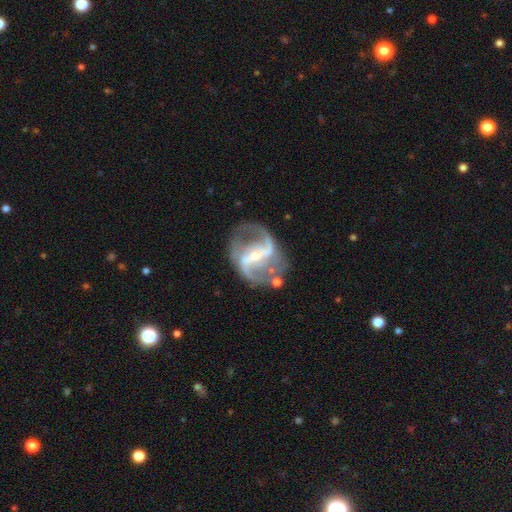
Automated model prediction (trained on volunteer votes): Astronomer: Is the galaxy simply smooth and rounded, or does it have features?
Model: featured or disk — 90%.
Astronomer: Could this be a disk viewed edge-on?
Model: no — 97%.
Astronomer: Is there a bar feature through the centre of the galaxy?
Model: strong — 65%.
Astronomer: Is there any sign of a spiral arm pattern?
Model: yes — 95%.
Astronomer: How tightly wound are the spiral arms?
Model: loose — 51% (runner-up: medium, 39%).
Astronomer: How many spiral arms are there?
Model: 2 — 89%.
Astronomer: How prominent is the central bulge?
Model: small — 58%.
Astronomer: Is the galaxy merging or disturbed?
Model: none — 67%.